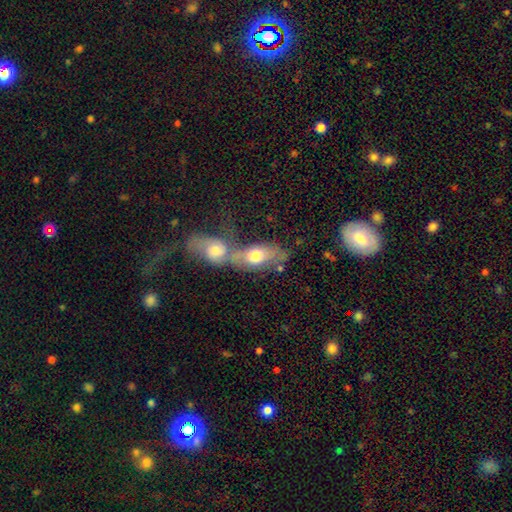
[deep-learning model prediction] A smooth galaxy with no disk features (59%) that is in between round and cigar-shaped (79%).

Vote fractions:
- Smooth or featured? smooth: 59% / featured or disk: 34% / star or artifact: 7%
- How rounded? in between: 79% / round: 13% / cigar-shaped: 8%
- Merging? merger: 68% / none: 18% / minor disturbance: 7% / major disturbance: 7%